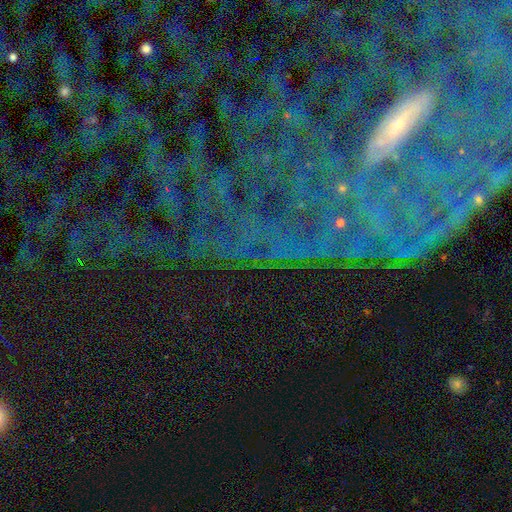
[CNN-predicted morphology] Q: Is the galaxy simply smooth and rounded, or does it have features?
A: star or artifact — 52%.